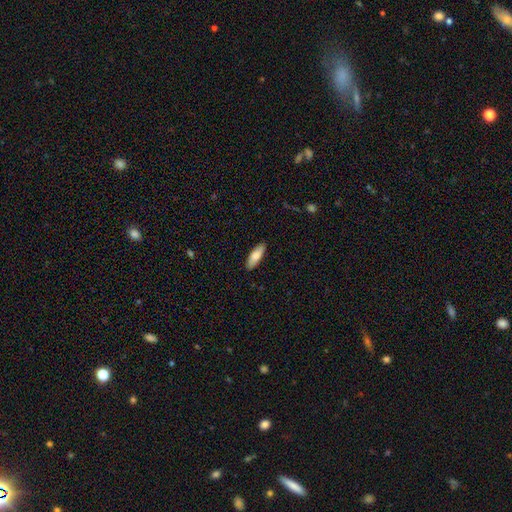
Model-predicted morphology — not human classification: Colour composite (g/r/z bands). It shows a smooth galaxy with no disk features (79%) that is in between round and cigar-shaped (57%). Merging: none (89%).